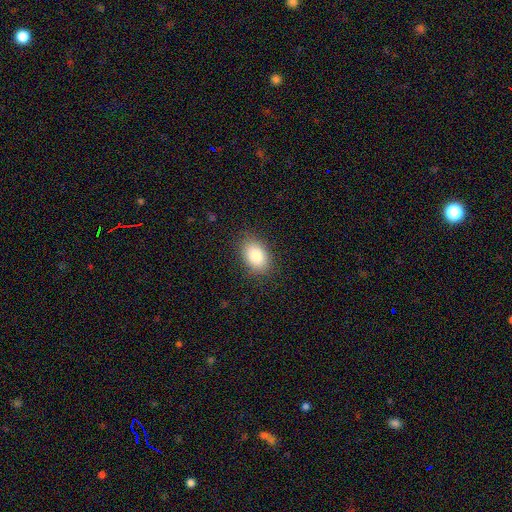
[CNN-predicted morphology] A smooth galaxy with no disk features (83%) that is in between round and cigar-shaped (87%). Merging: none (86%).